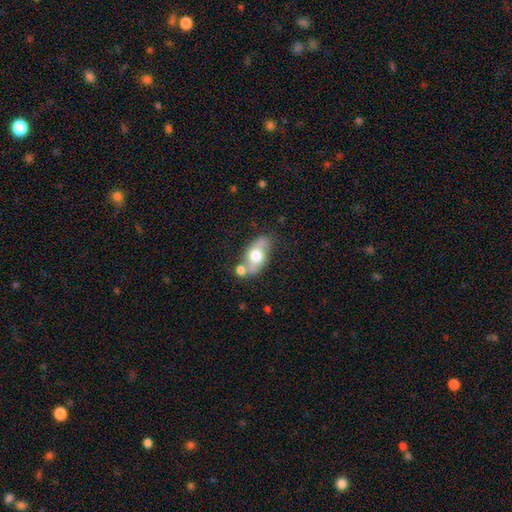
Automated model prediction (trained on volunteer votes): Q: Smooth or featured?
A: smooth (48%); runner-up: featured or disk (45%)
Q: Merging?
A: none (58%); runner-up: minor disturbance (18%)